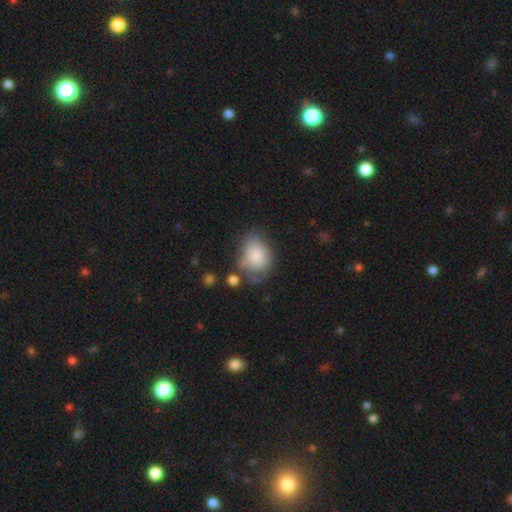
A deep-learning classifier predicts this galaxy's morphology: smooth-or-featured: smooth: 78% | featured or disk: 14% | star or artifact: 8%
  how-rounded: in between: 66% | round: 33% | cigar-shaped: 1%
  merging: none: 41% | minor disturbance: 31% | major disturbance: 18% | merger: 10%